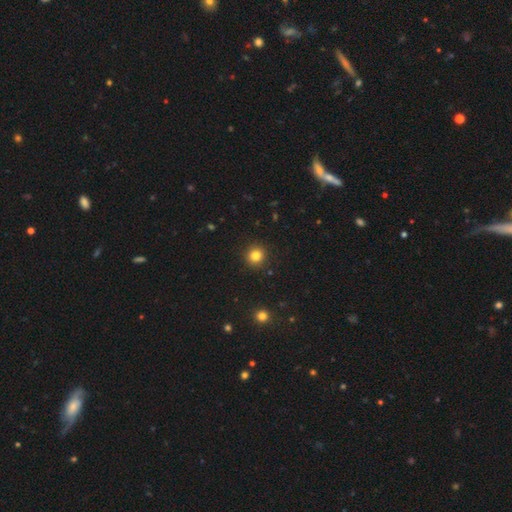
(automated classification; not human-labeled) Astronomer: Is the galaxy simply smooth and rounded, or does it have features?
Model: smooth — 82%.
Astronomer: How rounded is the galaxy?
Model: round — 93%.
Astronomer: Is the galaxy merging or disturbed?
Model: none — 92%.